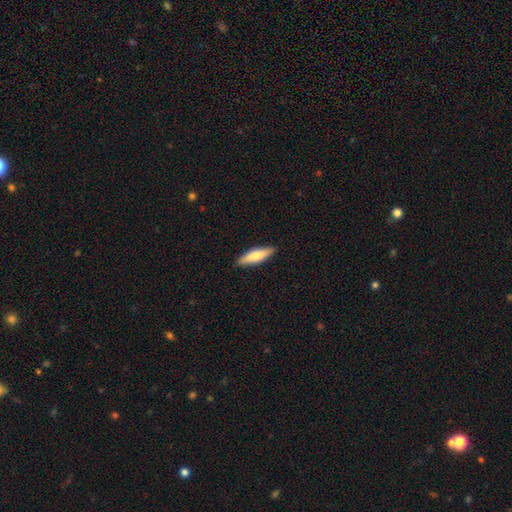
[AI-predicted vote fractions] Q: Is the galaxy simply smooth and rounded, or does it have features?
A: smooth — 72%.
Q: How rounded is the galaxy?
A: cigar-shaped — 63%.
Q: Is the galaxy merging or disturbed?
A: none — 89%.